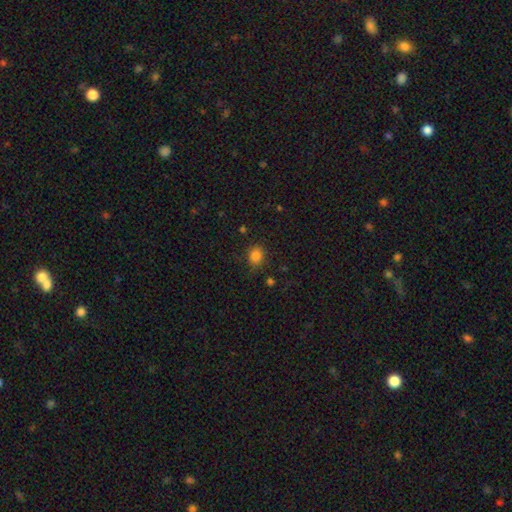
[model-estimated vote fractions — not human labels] The model was most divided on "how rounded": round: 55%, in between: 44%, cigar-shaped: 1%. More confident: smooth or featured — smooth (83%); merging — none (75%).